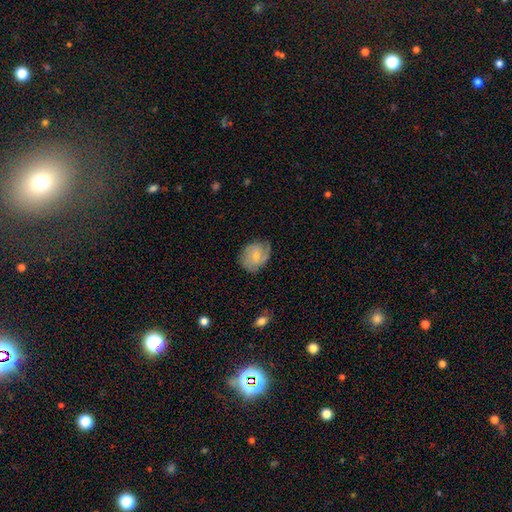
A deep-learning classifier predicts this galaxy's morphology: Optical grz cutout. It shows a featured or disk galaxy (51%). Merging: none (65%).